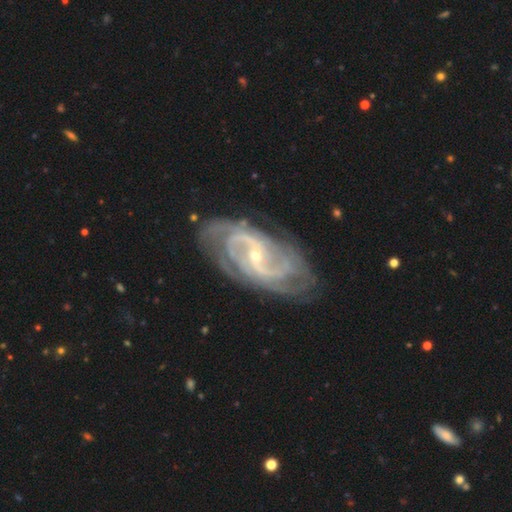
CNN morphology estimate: Smooth or featured? Predicted: featured or disk (p=0.91). Edge-on disk? Predicted: no (p=0.96). Bar? Predicted: weak (p=0.42). Spiral arms? Predicted: yes (p=0.98). Spiral winding? Predicted: medium (p=0.46). Spiral arm count? Predicted: 2 (p=0.44). Bulge size? Predicted: small (p=0.78). Merging? Predicted: none (p=0.74).